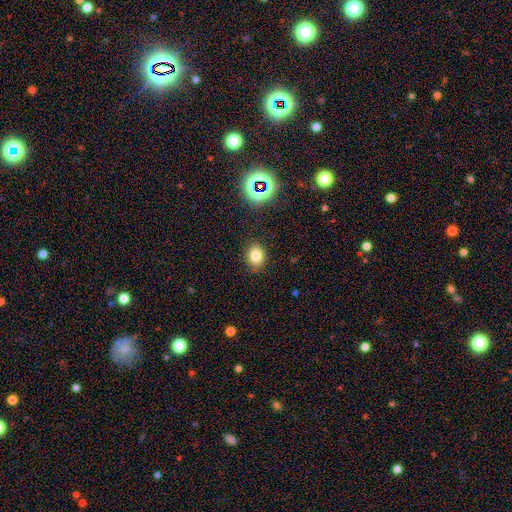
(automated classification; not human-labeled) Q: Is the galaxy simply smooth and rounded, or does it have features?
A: smooth — 78%.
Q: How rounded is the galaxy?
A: in between — 56%.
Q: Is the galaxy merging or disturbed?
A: none — 86%.